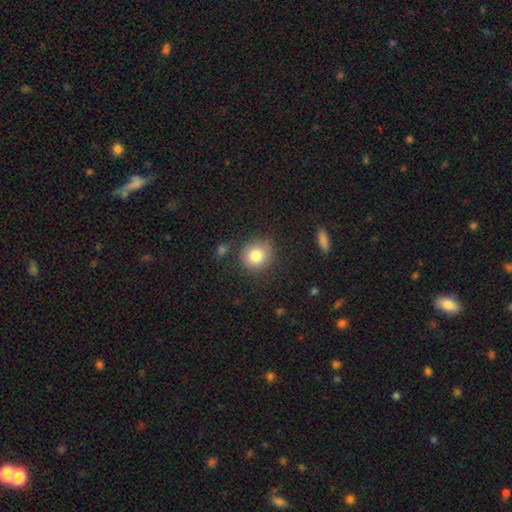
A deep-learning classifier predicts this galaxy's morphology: A smooth galaxy with no disk features (82%) that is round (85%).

Vote fractions:
- Smooth or featured? smooth: 82% / star or artifact: 10% / featured or disk: 8%
- How rounded? round: 85% / in between: 14% / cigar-shaped: 1%
- Merging? none: 81% / minor disturbance: 12% / major disturbance: 4% / merger: 3%